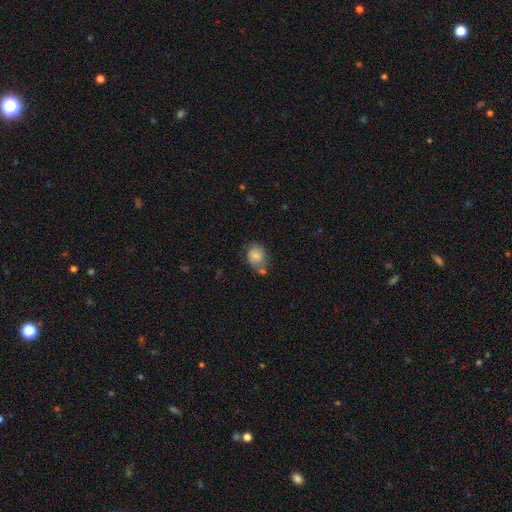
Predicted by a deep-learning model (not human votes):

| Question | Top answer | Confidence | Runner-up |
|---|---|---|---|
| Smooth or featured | smooth | 75% | featured or disk (17%) |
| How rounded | in between | 56% | round (42%) |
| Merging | none | 54% | minor disturbance (23%) |